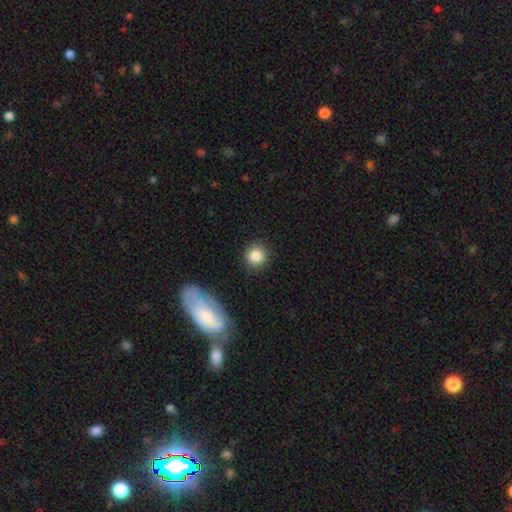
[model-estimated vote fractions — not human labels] smooth-or-featured: smooth: 84% | star or artifact: 10% | featured or disk: 6%
  how-rounded: round: 93% | in between: 6% | cigar-shaped: 1%
  merging: none: 89% | minor disturbance: 7% | major disturbance: 2% | merger: 2%